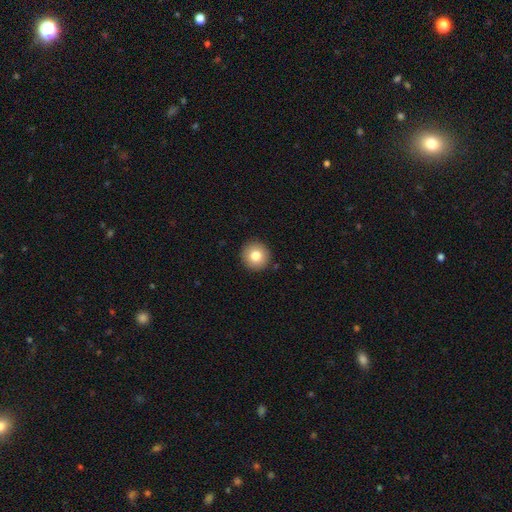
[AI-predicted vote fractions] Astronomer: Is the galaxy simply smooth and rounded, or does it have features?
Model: smooth — 79%.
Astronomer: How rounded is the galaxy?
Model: round — 95%.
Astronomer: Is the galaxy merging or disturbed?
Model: none — 92%.